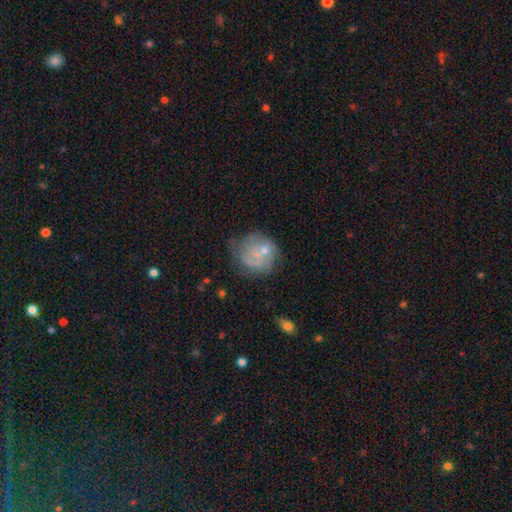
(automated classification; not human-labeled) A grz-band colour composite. It shows a featured or disk galaxy (56%) with no bar (74%), spiral arms (70%) and a small central bulge (70%). Merging: none (51%).